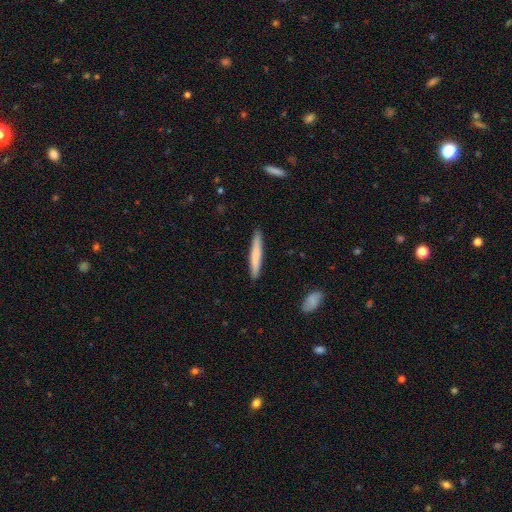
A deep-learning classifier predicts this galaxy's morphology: type=smooth (73%); roundness=cigar-shaped (95%); merging=none (91%).